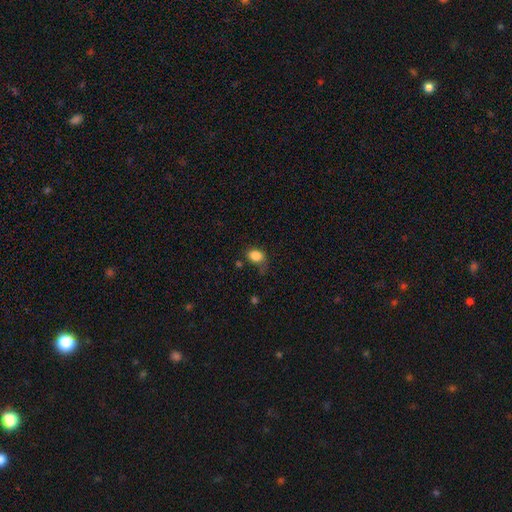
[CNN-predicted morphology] This is clearly a smooth galaxy (85%). How rounded: likely in between (66%). Merging: possibly none (58%).